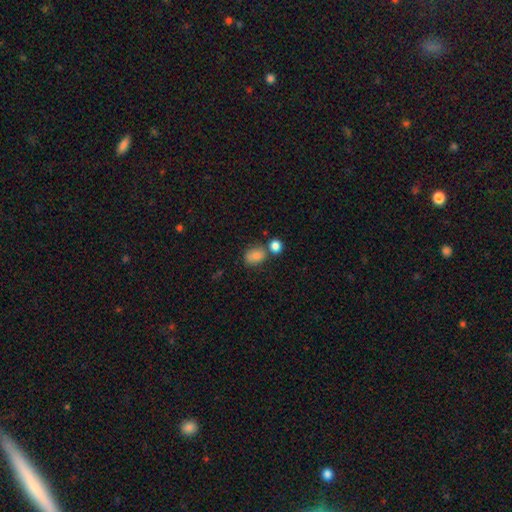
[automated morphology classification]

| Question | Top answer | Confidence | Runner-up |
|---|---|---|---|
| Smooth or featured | smooth | 81% | star or artifact (11%) |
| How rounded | in between | 62% | round (37%) |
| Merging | none | 53% | merger (24%) |